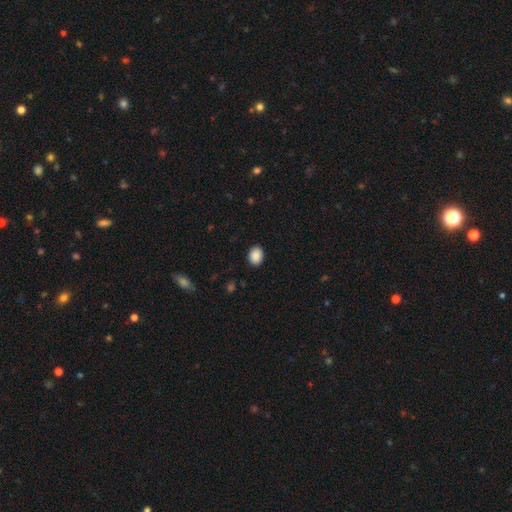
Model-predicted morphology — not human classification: Smooth or featured: smooth — 89% (star or artifact — 8%)
How rounded: in between — 62% (round — 37%)
Merging: none — 89% (minor disturbance — 8%)